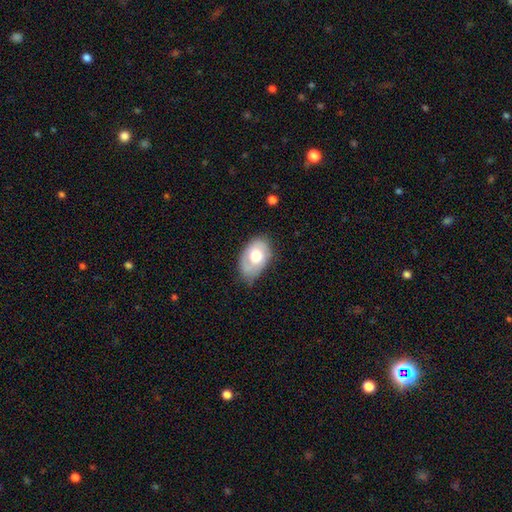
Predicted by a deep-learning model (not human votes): A smooth galaxy with no disk features (62%) that is in between round and cigar-shaped (89%). Merging: none (57%).